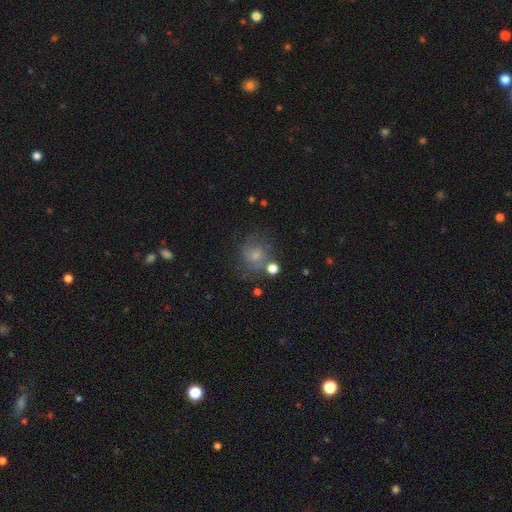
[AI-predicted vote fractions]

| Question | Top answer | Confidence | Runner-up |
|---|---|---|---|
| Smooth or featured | smooth | 44% | featured or disk (41%) |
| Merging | none | 60% | minor disturbance (20%) |